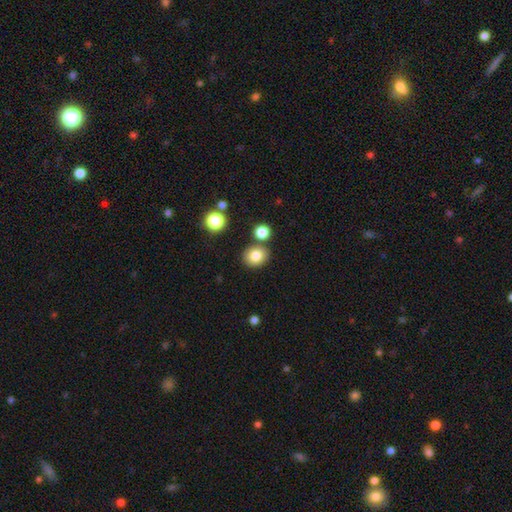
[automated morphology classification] A smooth galaxy with no disk features (82%) that is round (68%).

Vote fractions:
- Smooth or featured? smooth: 82% / star or artifact: 11% / featured or disk: 8%
- How rounded? round: 68% / in between: 31% / cigar-shaped: 1%
- Merging? none: 80% / merger: 9% / minor disturbance: 9% / major disturbance: 2%